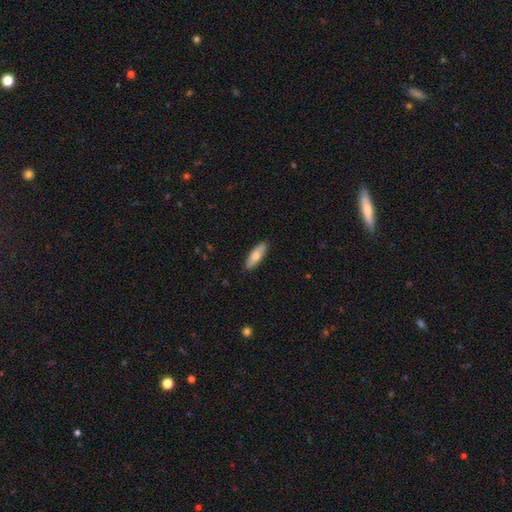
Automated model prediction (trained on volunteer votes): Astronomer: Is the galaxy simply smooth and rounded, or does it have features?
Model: smooth — 73%.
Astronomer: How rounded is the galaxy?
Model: in between — 54% (runner-up: cigar-shaped, 43%).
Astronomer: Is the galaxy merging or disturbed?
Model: none — 89%.